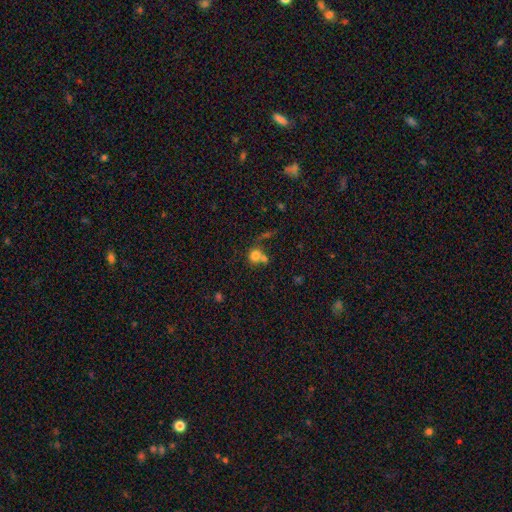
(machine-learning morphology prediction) This appears to be a smooth galaxy with no disk features (76%) that is round (82%). Merging: merger (47%).